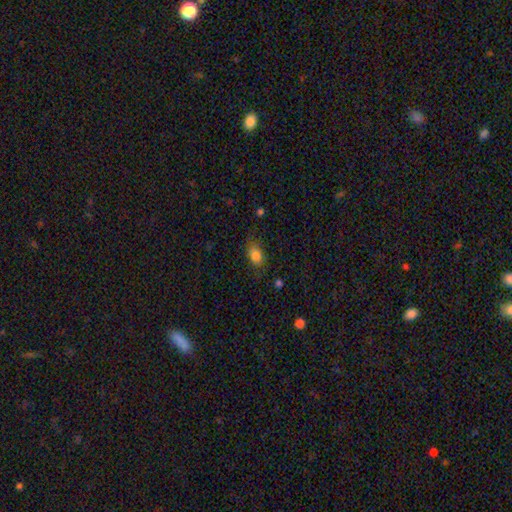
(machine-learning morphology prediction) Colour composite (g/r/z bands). It shows a smooth galaxy with no disk features (84%) that is in between round and cigar-shaped (81%). Merging: none (69%).